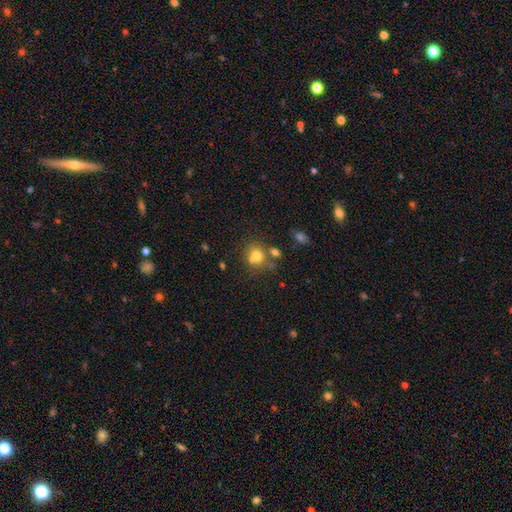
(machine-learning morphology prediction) This is likely a smooth galaxy (71%). How rounded: likely round (75%). Merging: possibly none (49%).